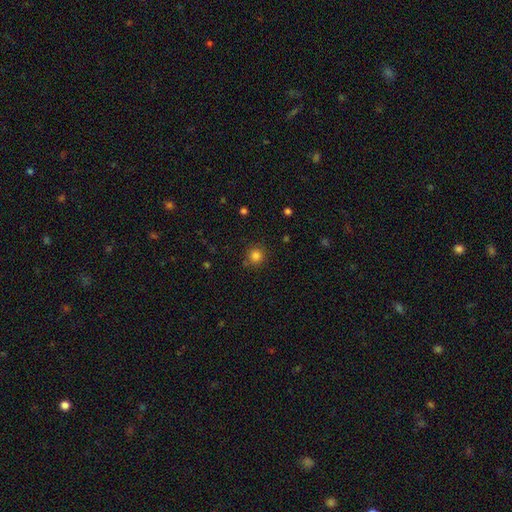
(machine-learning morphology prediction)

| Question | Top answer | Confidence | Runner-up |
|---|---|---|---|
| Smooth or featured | smooth | 83% | star or artifact (13%) |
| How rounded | round | 92% | in between (7%) |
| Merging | none | 84% | minor disturbance (10%) |